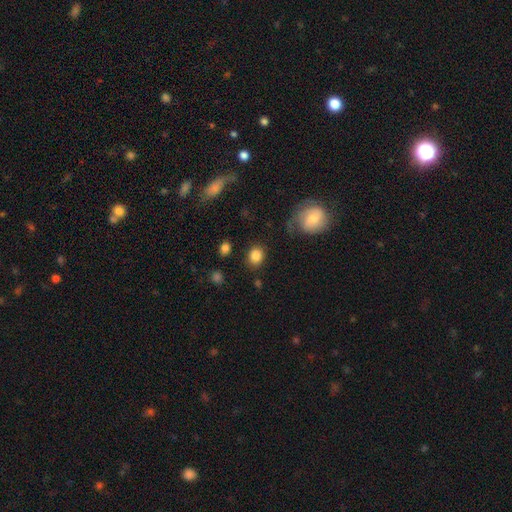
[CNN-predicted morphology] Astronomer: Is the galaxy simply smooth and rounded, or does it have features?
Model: smooth — 85%.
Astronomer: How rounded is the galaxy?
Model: round — 59% (runner-up: in between, 40%).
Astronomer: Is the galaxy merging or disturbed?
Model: none — 83%.